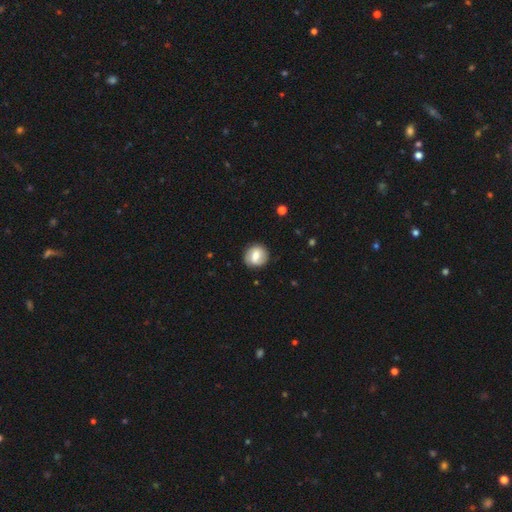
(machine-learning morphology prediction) Smooth or featured? Predicted: smooth (p=0.58). How rounded? Predicted: round (p=0.84). Merging? Predicted: none (p=0.85).